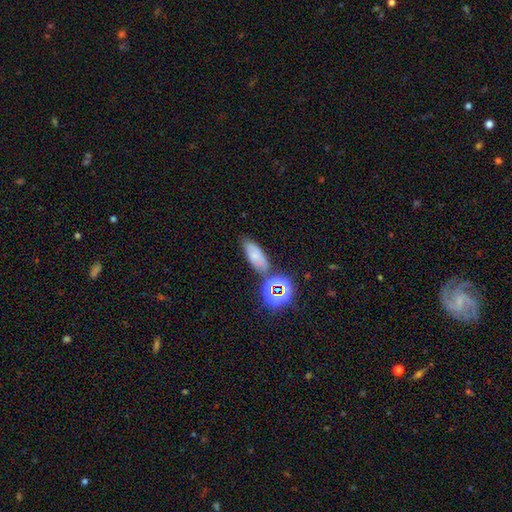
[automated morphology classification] Overall: smooth (60%; star or artifact 23%). How rounded: in between (74%). Merging: none (64%).